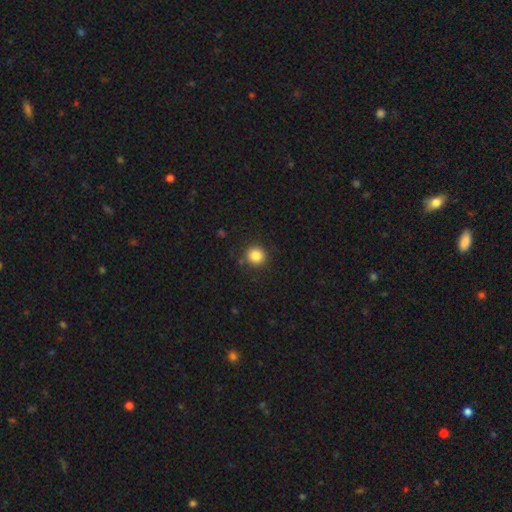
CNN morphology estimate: Smooth or featured? smooth (85%)
How rounded? round (93%)
Merging? none (88%)